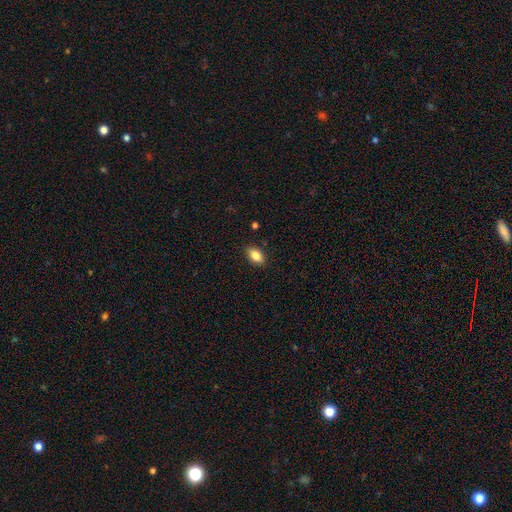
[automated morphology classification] smooth_or_featured: smooth (p=0.85) [alt: star or artifact p=0.08]
how_rounded: in between (p=0.89) [alt: round p=0.09]
merging: none (p=0.88) [alt: minor disturbance p=0.09]